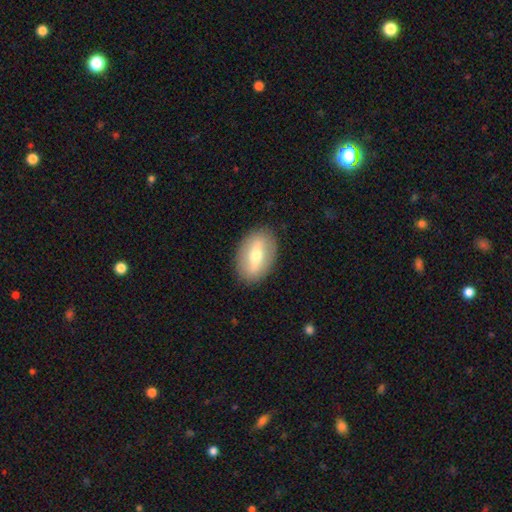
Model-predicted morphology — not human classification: Q: Smooth or featured?
A: smooth (48%); runner-up: featured or disk (46%)
Q: Merging?
A: none (87%); runner-up: minor disturbance (9%)